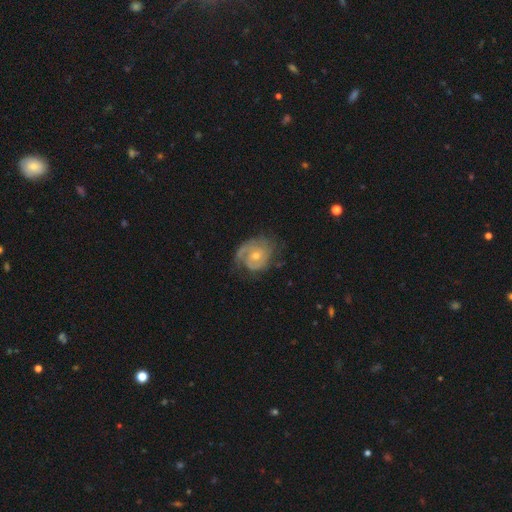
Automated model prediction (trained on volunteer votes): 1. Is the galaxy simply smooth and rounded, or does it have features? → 82% featured or disk, 12% smooth, 6% star or artifact.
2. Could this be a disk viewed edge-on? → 97% no, 3% yes.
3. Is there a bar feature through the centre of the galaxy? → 72% no, 23% weak, 4% strong.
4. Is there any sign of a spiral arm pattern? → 93% yes, 7% no.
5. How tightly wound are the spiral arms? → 60% tight, 30% medium, 10% loose.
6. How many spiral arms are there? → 49% 2, 20% can't tell, 14% 1, 11% 3, 3% 4, 3% more than 4.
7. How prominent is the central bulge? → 50% moderate, 47% small, 2% large, 1% none, 1% dominant.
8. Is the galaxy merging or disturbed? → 66% none, 22% minor disturbance, 11% major disturbance, 2% merger.